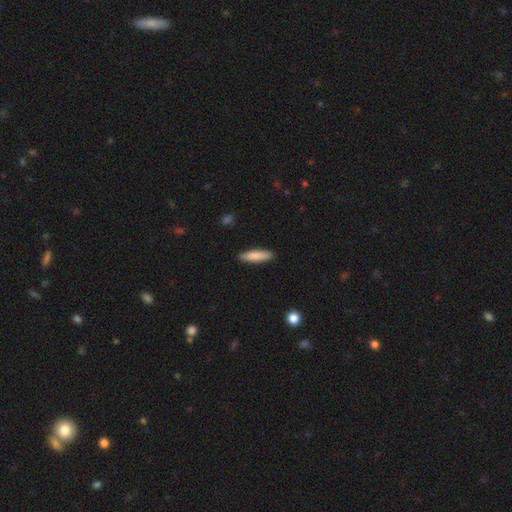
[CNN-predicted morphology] Overall: smooth (83%). How rounded: cigar-shaped (75%). Merging: none (90%).